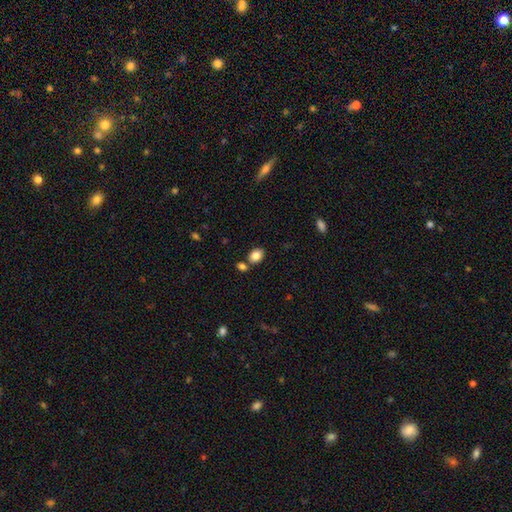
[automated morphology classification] Smooth or featured: smooth — 84% (star or artifact — 9%)
How rounded: in between — 69% (round — 30%)
Merging: none — 71% (merger — 15%)